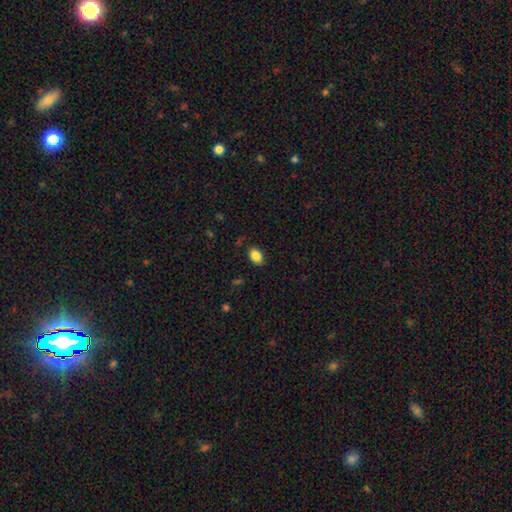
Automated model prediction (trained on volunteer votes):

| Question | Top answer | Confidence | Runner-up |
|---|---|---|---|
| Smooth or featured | smooth | 87% | star or artifact (9%) |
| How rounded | in between | 80% | round (19%) |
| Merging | none | 83% | minor disturbance (12%) |